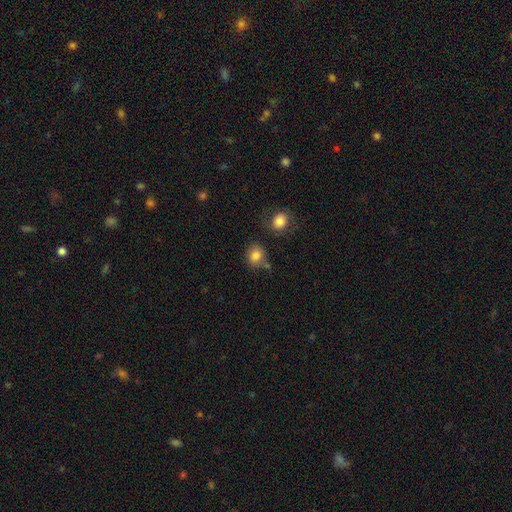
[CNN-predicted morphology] smooth-or-featured: smooth: 82% | star or artifact: 10% | featured or disk: 8%
  how-rounded: round: 71% | in between: 28% | cigar-shaped: 1%
  merging: none: 68% | minor disturbance: 17% | merger: 10% | major disturbance: 5%